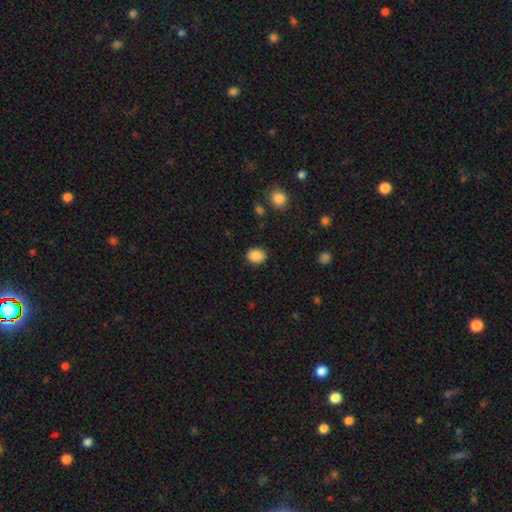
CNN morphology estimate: smooth 87%, star or artifact 9%, featured or disk 4%. Down the decision tree: how rounded — round (54%); merging — none (89%).